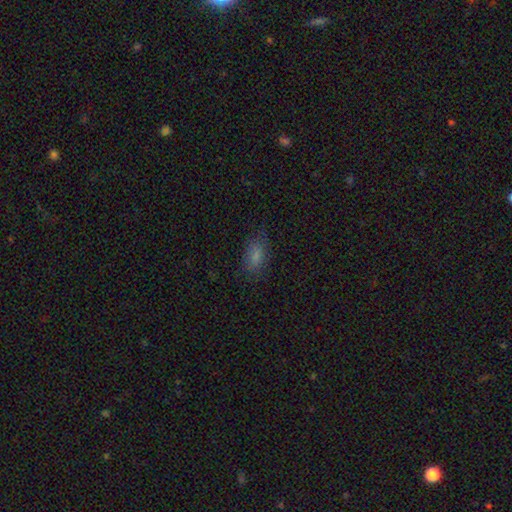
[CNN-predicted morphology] Smooth or featured?
  - smooth: 79% *
  - star or artifact: 12%
  - featured or disk: 10%
How rounded?
  - in between: 87% *
  - cigar-shaped: 7%
  - round: 6%
Merging?
  - none: 73% *
  - minor disturbance: 19%
  - major disturbance: 6%
  - merger: 1%